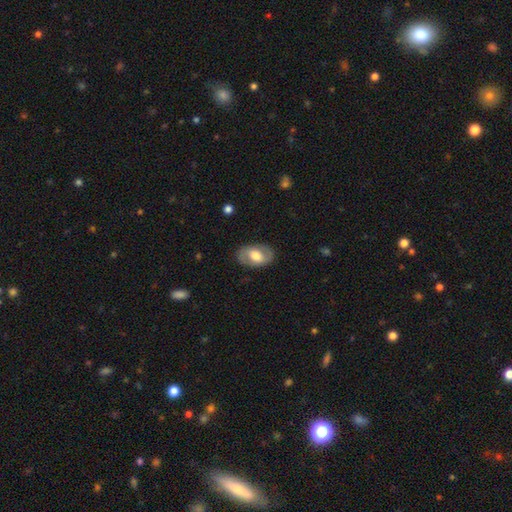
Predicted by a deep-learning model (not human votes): Smooth or featured? featured or disk (56%)
Edge-on disk? no (94%)
Bar? weak (40%)
Spiral arms? yes (68%)
Bulge size? moderate (60%)
Merging? none (83%)